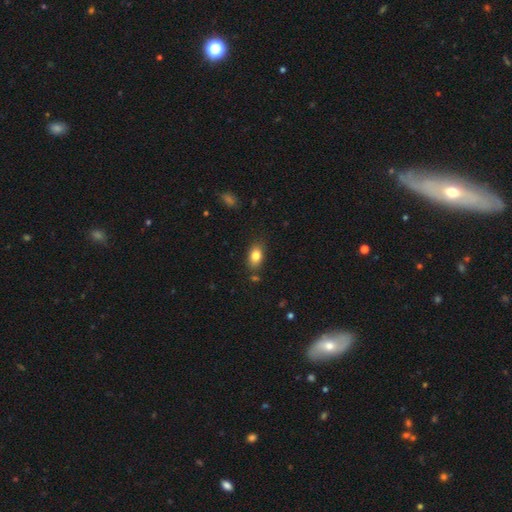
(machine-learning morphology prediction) This is clearly a smooth galaxy (81%). How rounded: clearly in between (85%). Merging: likely none (79%).